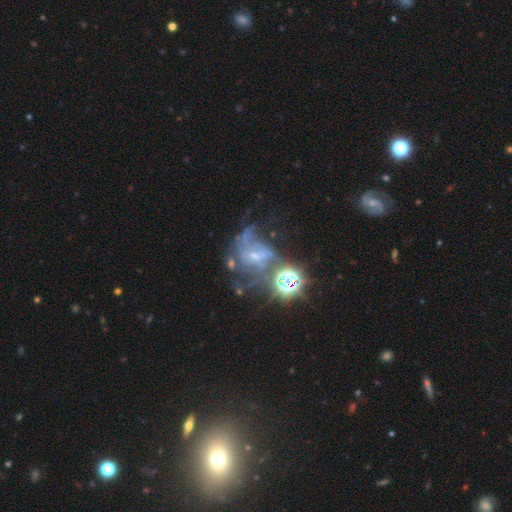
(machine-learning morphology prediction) A featured or disk galaxy (65%) with no bar (52%), loose (41%) spiral arms (79%) and a small central bulge (60%).

Vote fractions:
- Smooth or featured? featured or disk: 65% / star or artifact: 25% / smooth: 10%
- Edge-on disk? no: 98% / yes: 2%
- Bar? no: 52% / weak: 37% / strong: 12%
- Spiral arms? yes: 79% / no: 21%
- Spiral winding? loose: 41% / medium: 40% / tight: 19%
- Spiral arm count? can't tell: 36% / 2: 22% / 3: 17% / 4: 10% / 1: 8% / more than 4: 7%
- Bulge size? small: 60% / moderate: 24% / none: 12% / large: 2% / dominant: 1%
- Merging? major disturbance: 36% / none: 35% / minor disturbance: 16% / merger: 13%